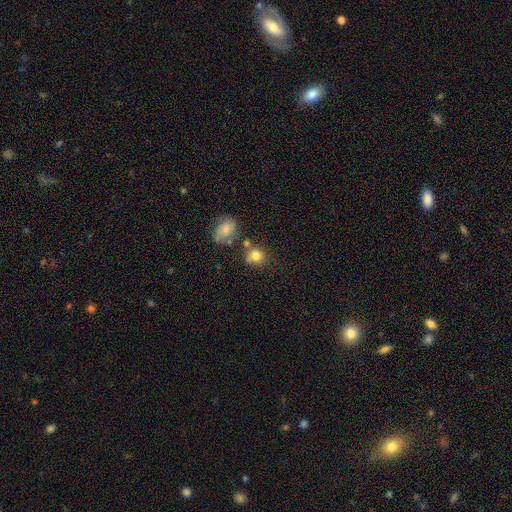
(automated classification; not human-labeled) Smooth or featured: smooth — 79% (star or artifact — 11%)
How rounded: round — 77% (in between — 22%)
Merging: none — 62% (merger — 16%)